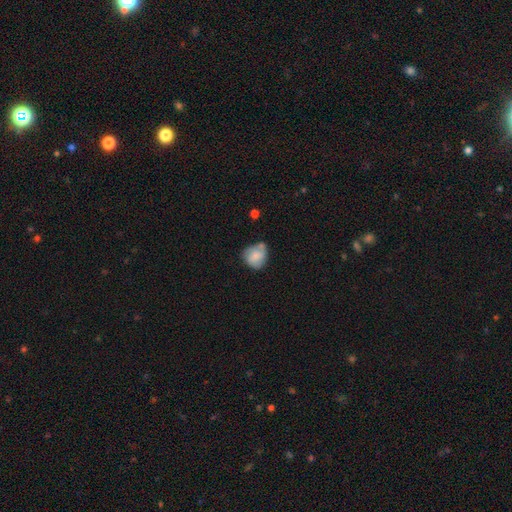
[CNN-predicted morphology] The model was most divided on "merging": none: 47%, minor disturbance: 30%, merger: 14%, major disturbance: 9%. More confident: how rounded — round (73%); smooth or featured — smooth (65%).